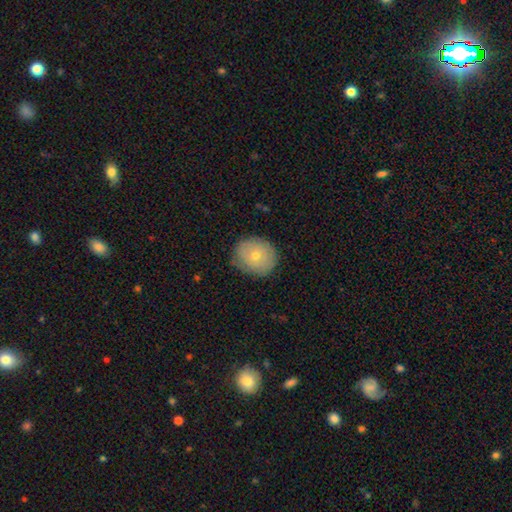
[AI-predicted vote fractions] A smooth galaxy with no disk features (65%) that is round (73%).

Vote fractions:
- Smooth or featured? smooth: 65% / featured or disk: 27% / star or artifact: 8%
- How rounded? round: 73% / in between: 26% / cigar-shaped: 1%
- Merging? none: 79% / minor disturbance: 16% / major disturbance: 4% / merger: 1%